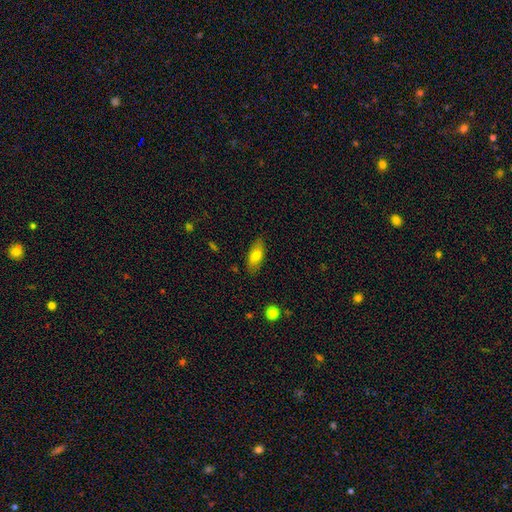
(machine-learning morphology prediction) smooth_or_featured: smooth (p=0.75) [alt: featured or disk p=0.18]
how_rounded: in between (p=0.80) [alt: cigar-shaped p=0.17]
merging: none (p=0.84) [alt: minor disturbance p=0.12]